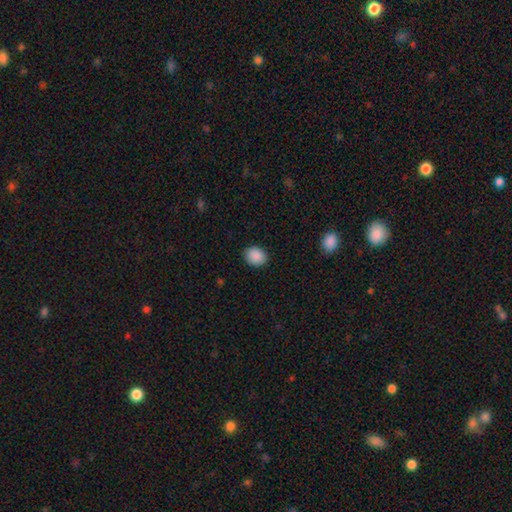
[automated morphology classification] A smooth galaxy with no disk features (89%) that is round (58%).

Vote fractions:
- Smooth or featured? smooth: 89% / star or artifact: 8% / featured or disk: 3%
- How rounded? round: 58% / in between: 42% / cigar-shaped: 1%
- Merging? none: 89% / minor disturbance: 7% / major disturbance: 2% / merger: 1%